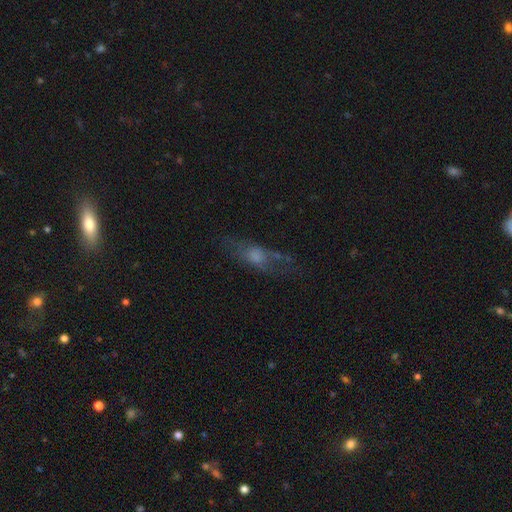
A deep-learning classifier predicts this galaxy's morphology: A featured or disk galaxy (47%).

Vote fractions:
- Smooth or featured? featured or disk: 47% / smooth: 36% / star or artifact: 17%
- Merging? none: 60% / minor disturbance: 20% / major disturbance: 17% / merger: 3%